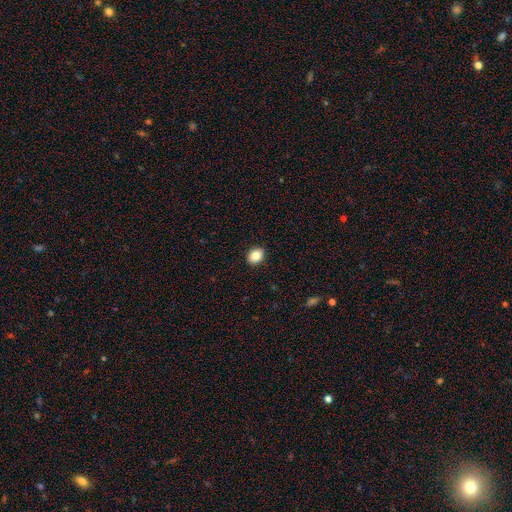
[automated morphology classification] The model was most divided on "how rounded": in between: 51%, round: 48%, cigar-shaped: 1%. More confident: merging — none (91%); smooth or featured — smooth (85%).